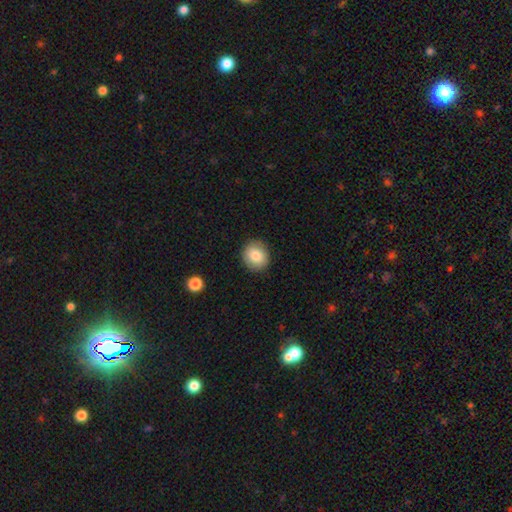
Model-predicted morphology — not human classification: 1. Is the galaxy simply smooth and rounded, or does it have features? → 83% smooth, 8% featured or disk, 8% star or artifact.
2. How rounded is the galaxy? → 83% round, 16% in between, 1% cigar-shaped.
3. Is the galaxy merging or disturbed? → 89% none, 8% minor disturbance, 2% major disturbance, 1% merger.